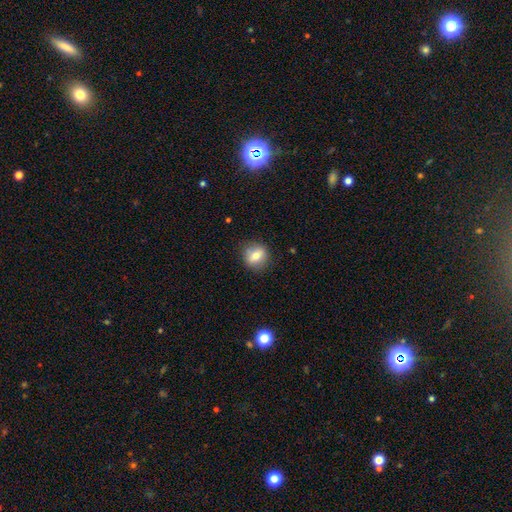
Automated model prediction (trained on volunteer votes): Morphology: type=smooth (69%); roundness=round (74%); merging=none (84%).